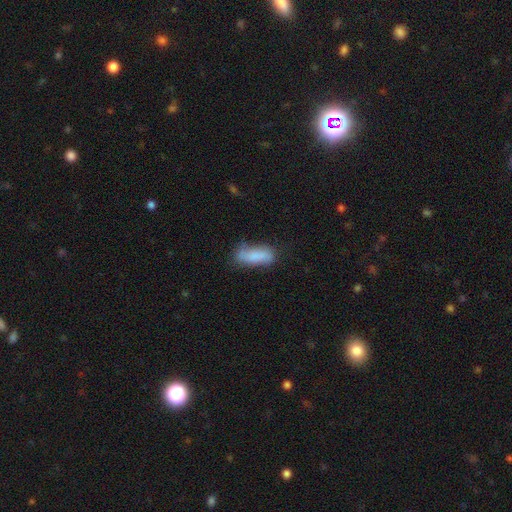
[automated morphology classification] The model was most divided on "merging": none: 59%, minor disturbance: 28%, major disturbance: 10%, merger: 4%. More confident: smooth or featured — smooth (76%); how rounded — in between (67%).